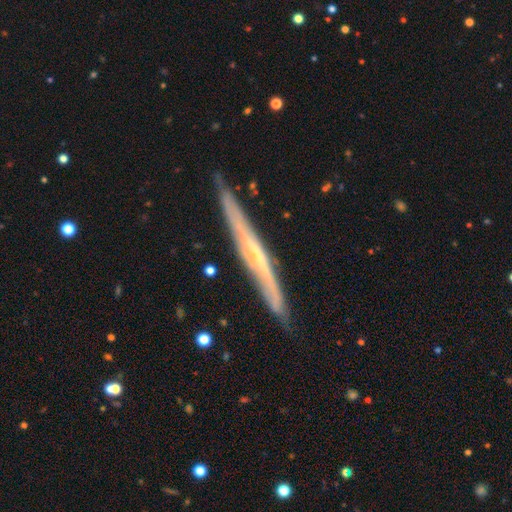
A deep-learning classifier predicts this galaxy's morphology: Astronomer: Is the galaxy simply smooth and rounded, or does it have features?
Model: featured or disk — 71%.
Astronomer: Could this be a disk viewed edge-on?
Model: yes — 93%.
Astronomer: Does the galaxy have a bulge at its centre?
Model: none — 61%.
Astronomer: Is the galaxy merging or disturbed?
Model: none — 84%.